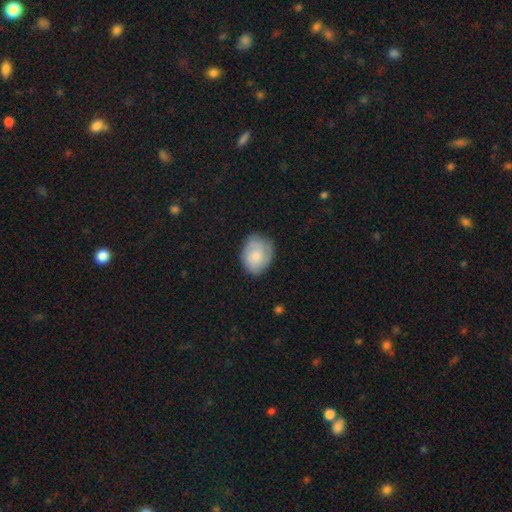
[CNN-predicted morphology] This appears to be a smooth galaxy with no disk features (68%) that is in between round and cigar-shaped (56%). Merging: none (71%).